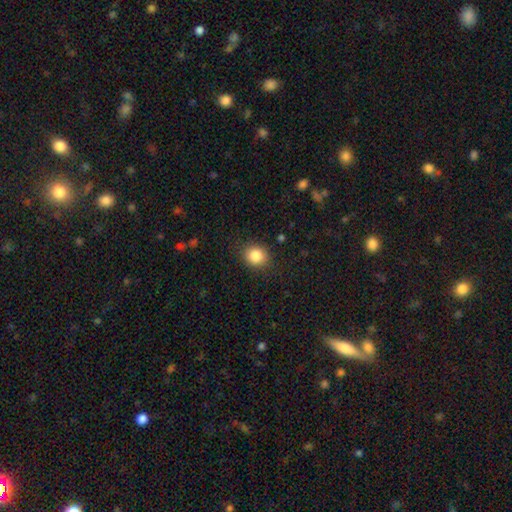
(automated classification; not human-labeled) smooth 85%, star or artifact 10%, featured or disk 5%. Down the decision tree: how rounded — round (79%); merging — none (87%).